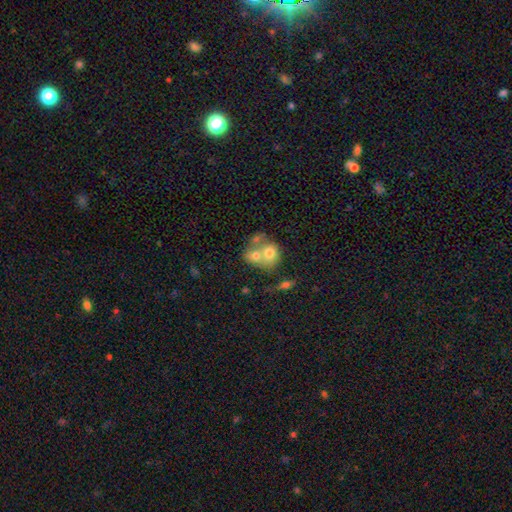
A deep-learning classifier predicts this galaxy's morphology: A smooth galaxy with no disk features (65%) that is round (58%). Merging: merger (71%).